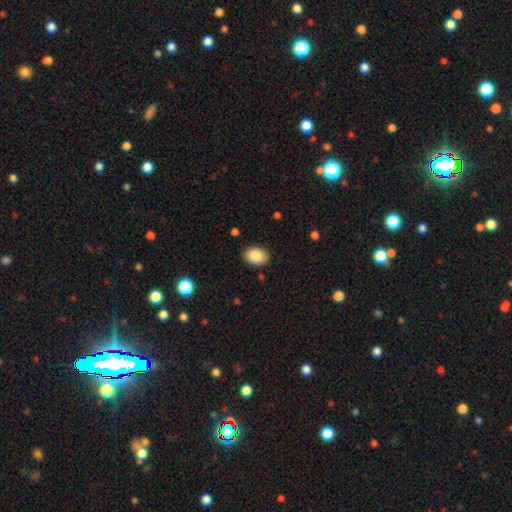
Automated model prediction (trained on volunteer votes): smooth-or-featured: smooth: 89% | star or artifact: 7% | featured or disk: 4%
  how-rounded: in between: 79% | round: 20% | cigar-shaped: 1%
  merging: none: 87% | minor disturbance: 9% | major disturbance: 2% | merger: 1%